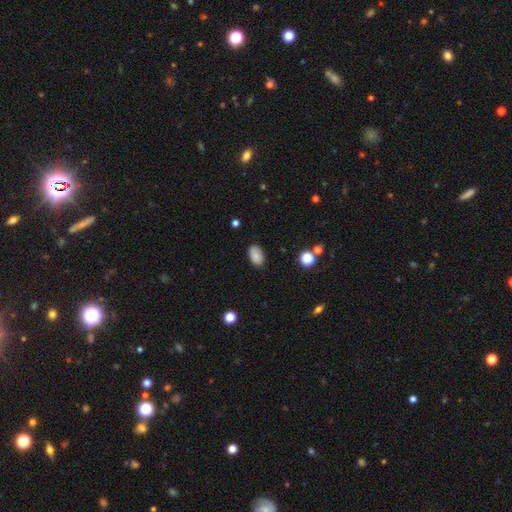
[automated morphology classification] type=smooth (85%); roundness=in between (92%); merging=none (84%).